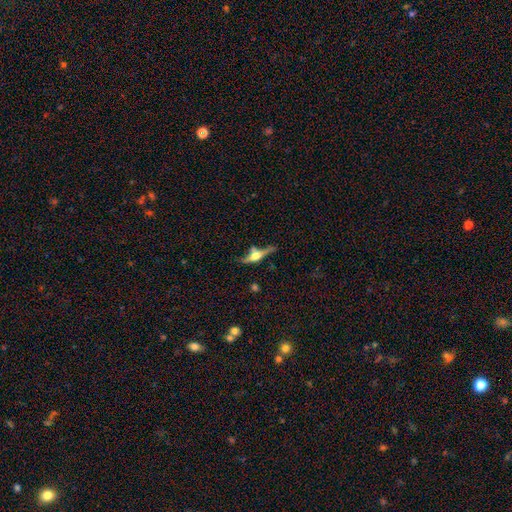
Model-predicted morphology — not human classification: Smooth or featured? featured or disk (69%)
Edge-on disk? yes (94%)
Edge-on bulge? rounded (93%)
Merging? none (63%)